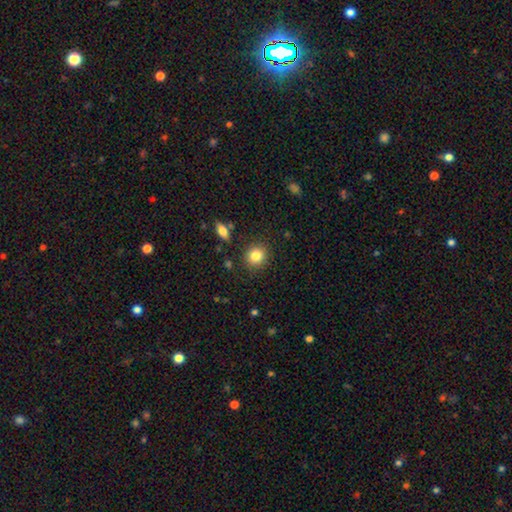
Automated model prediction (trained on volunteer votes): Q: Smooth or featured?
A: smooth (84%); runner-up: star or artifact (9%)
Q: How rounded?
A: round (81%); runner-up: in between (18%)
Q: Merging?
A: none (87%); runner-up: minor disturbance (8%)